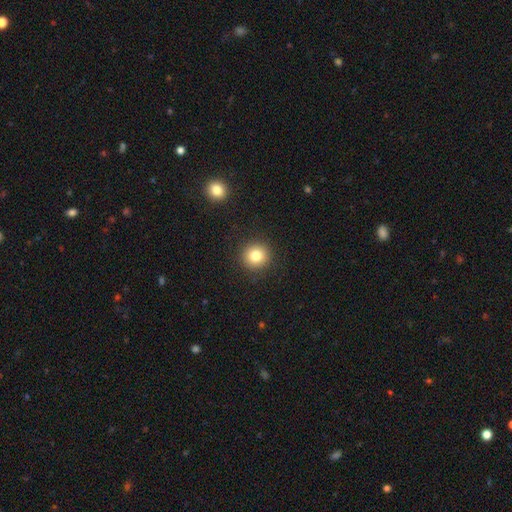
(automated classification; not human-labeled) smooth_or_featured: smooth (p=0.81) [alt: star or artifact p=0.11]
how_rounded: round (p=0.93) [alt: in between p=0.06]
merging: none (p=0.91) [alt: minor disturbance p=0.05]